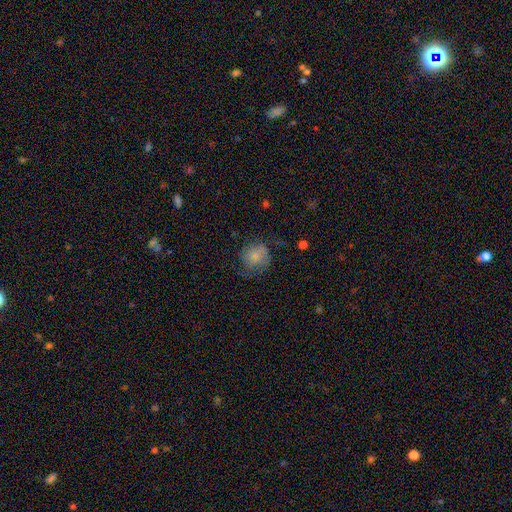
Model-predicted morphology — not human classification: Smooth or featured? Predicted: smooth (p=0.73). How rounded? Predicted: round (p=0.80). Merging? Predicted: none (p=0.55).